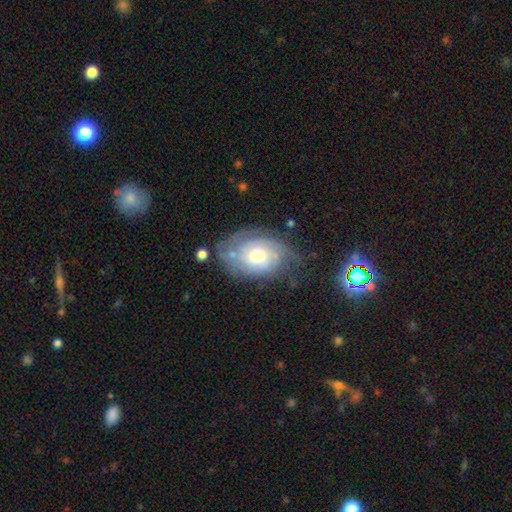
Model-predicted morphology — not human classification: type=featured or disk (72%); edge-on=no (96%); bar=no (78%); spiral arms=yes (88%); winding=tight (63%); arm count=can't tell (48%); bulge=moderate (63%); merging=none (61%).